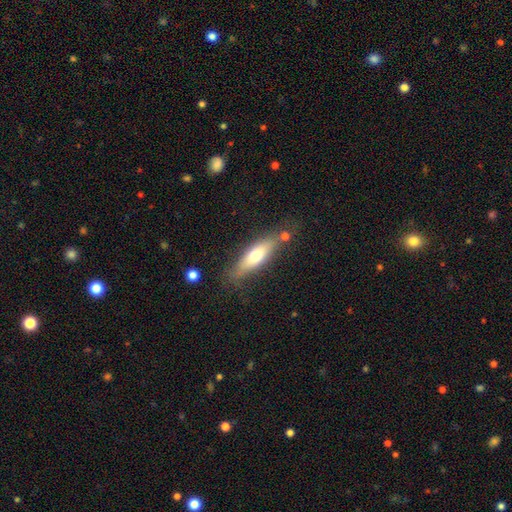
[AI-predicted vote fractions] Smooth or featured? smooth (59%)
How rounded? cigar-shaped (57%)
Merging? none (70%)